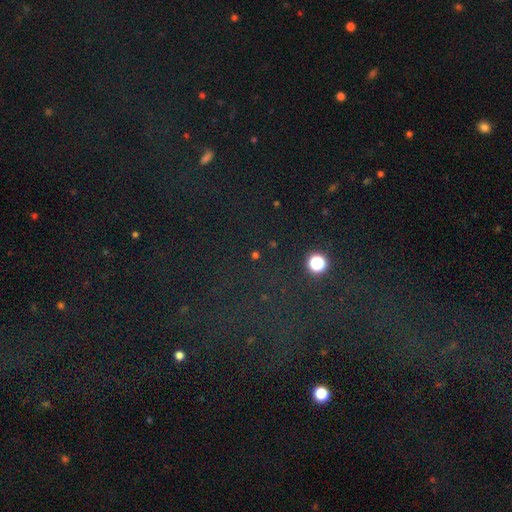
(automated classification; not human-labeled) smooth_or_featured: star or artifact (p=0.71) [alt: smooth p=0.22]